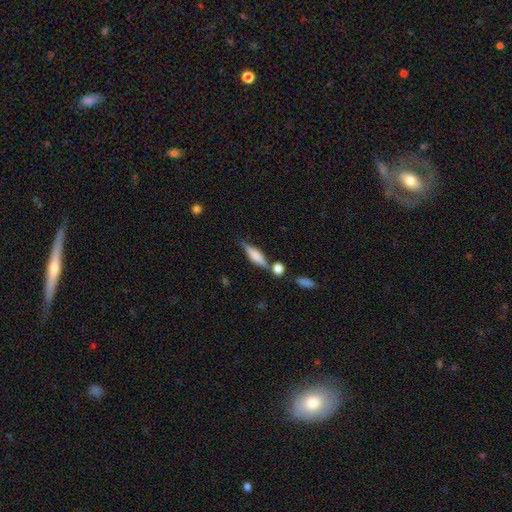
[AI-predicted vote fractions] The model was most divided on "smooth or featured": smooth: 53%, featured or disk: 40%, star or artifact: 7%. More confident: merging — none (63%); how rounded — cigar-shaped (60%).